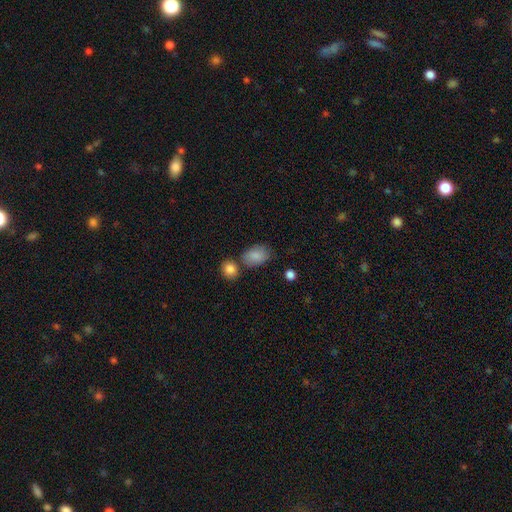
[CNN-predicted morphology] type=smooth (86%); roundness=in between (81%); merging=none (63%).